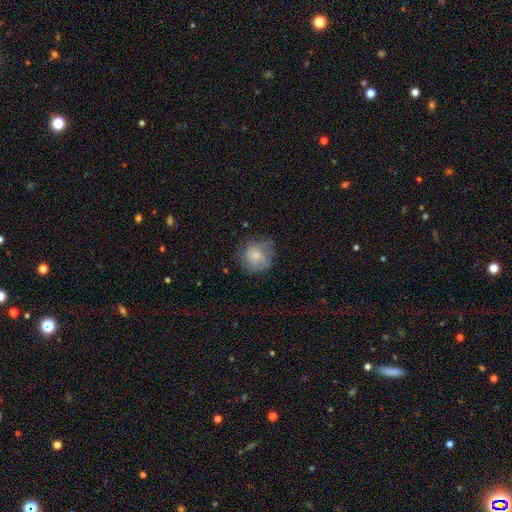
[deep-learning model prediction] This is likely a smooth galaxy (65%). How rounded: clearly round (85%). Merging: likely none (60%).